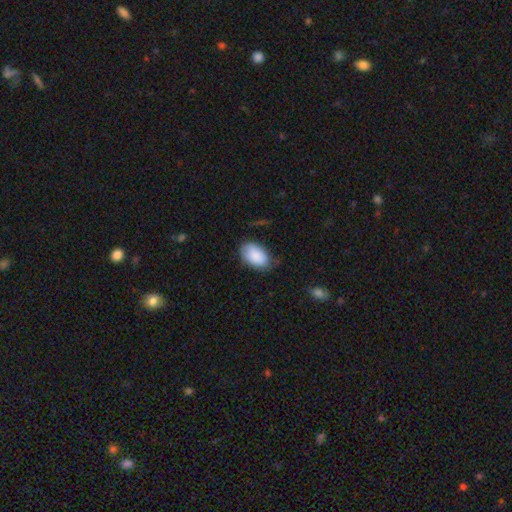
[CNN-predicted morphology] The model was most divided on "merging": none: 69%, minor disturbance: 23%, major disturbance: 6%, merger: 2%. More confident: how rounded — in between (92%); smooth or featured — smooth (87%).